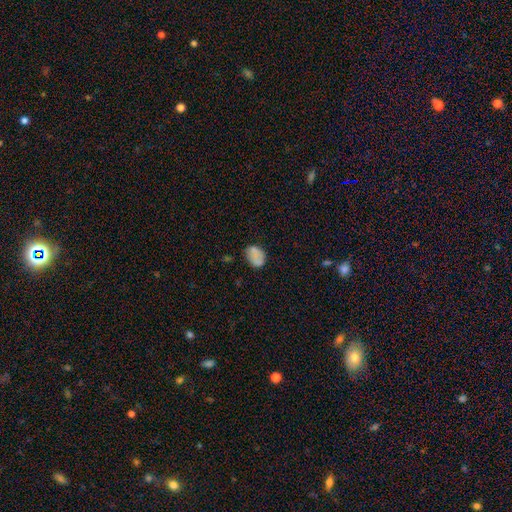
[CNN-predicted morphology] This is clearly a smooth galaxy (80%). How rounded: likely in between (79%). Merging: likely none (65%).